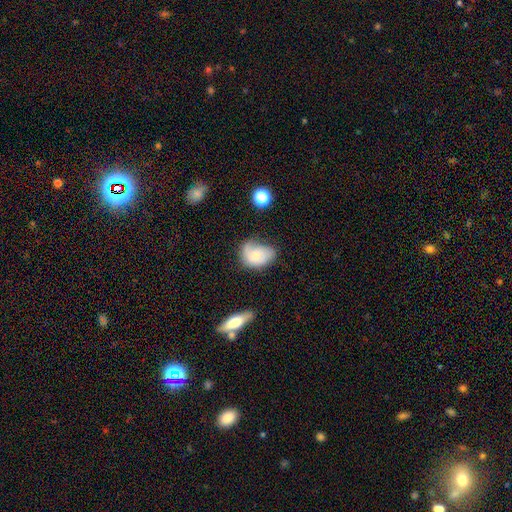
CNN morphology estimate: Smooth or featured?
  - smooth: 53% *
  - featured or disk: 39%
  - star or artifact: 8%
How rounded?
  - in between: 69% *
  - round: 29%
  - cigar-shaped: 1%
Merging?
  - none: 42% *
  - minor disturbance: 35%
  - major disturbance: 18%
  - merger: 5%